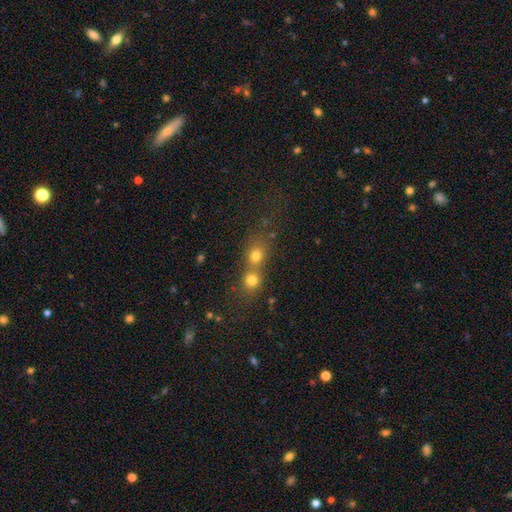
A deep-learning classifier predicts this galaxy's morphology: Smooth or featured: smooth — 74% (star or artifact — 16%)
How rounded: round — 75% (in between — 23%)
Merging: merger — 58% (none — 33%)